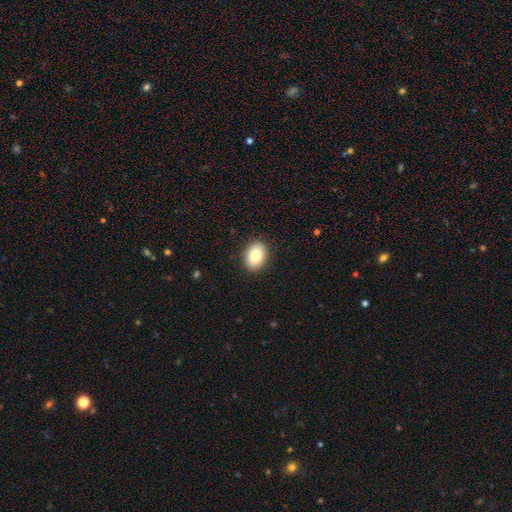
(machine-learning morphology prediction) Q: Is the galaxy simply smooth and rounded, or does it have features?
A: smooth — 85%.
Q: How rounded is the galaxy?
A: in between — 73%.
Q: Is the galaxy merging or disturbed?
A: none — 90%.